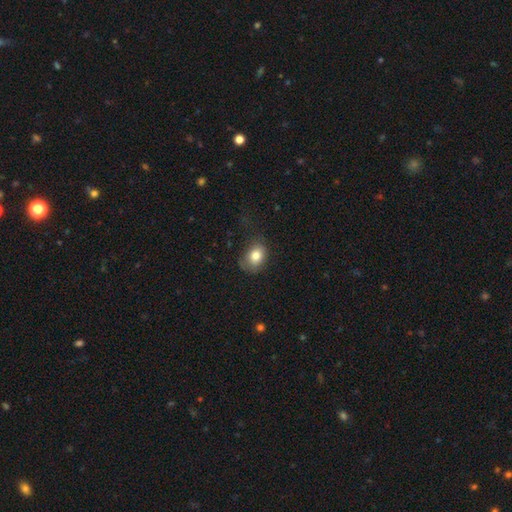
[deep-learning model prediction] Smooth or featured? smooth (80%)
How rounded? in between (62%)
Merging? none (58%)